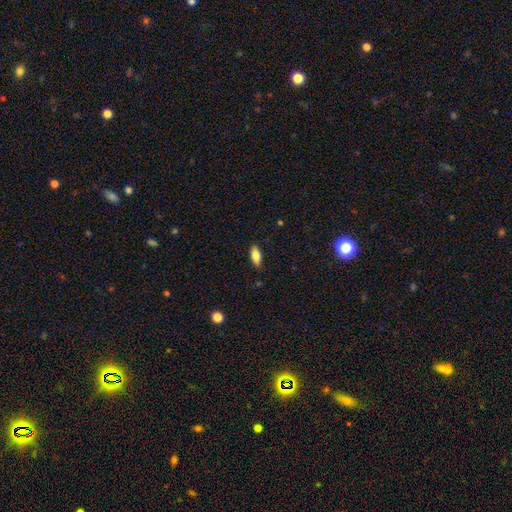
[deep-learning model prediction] Smooth or featured: smooth — 82% (featured or disk — 11%)
How rounded: in between — 80% (cigar-shaped — 18%)
Merging: none — 87% (minor disturbance — 10%)